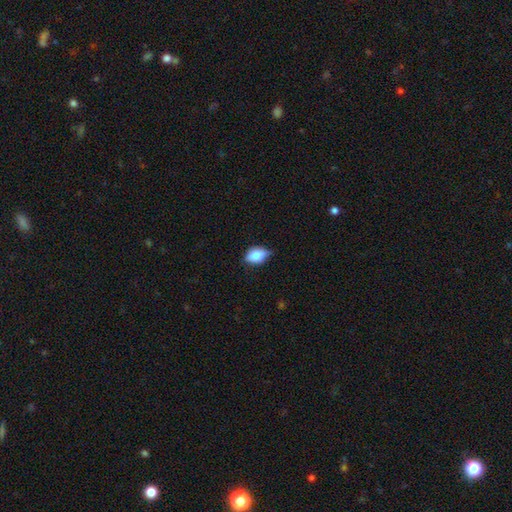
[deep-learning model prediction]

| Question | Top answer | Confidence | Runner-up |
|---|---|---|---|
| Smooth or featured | smooth | 73% | featured or disk (18%) |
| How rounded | in between | 79% | round (18%) |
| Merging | none | 63% | minor disturbance (30%) |